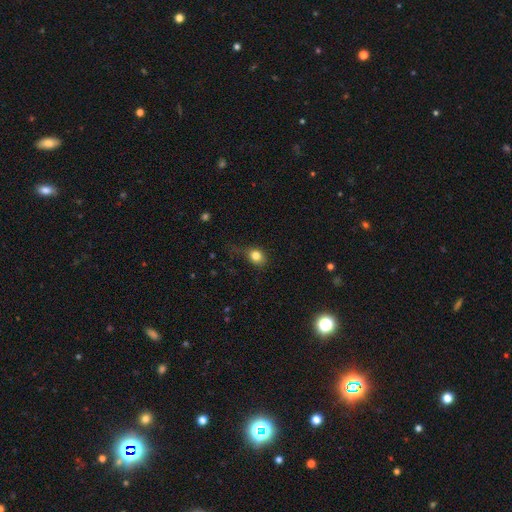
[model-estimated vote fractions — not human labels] Morphology: type=smooth (81%); roundness=round (57%); merging=none (56%).